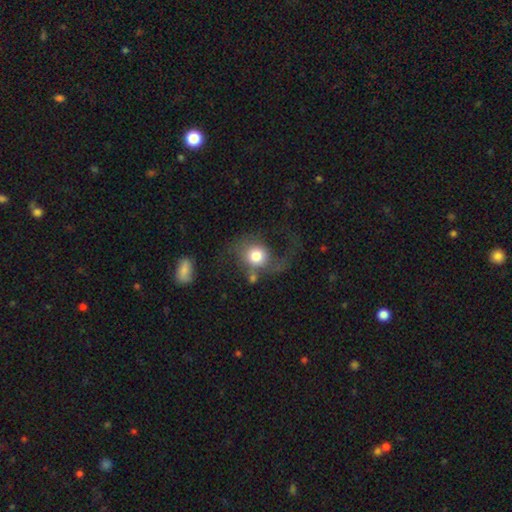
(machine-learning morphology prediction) A smooth galaxy with no disk features (66%) that is round (75%).

Vote fractions:
- Smooth or featured? smooth: 66% / featured or disk: 25% / star or artifact: 9%
- How rounded? round: 75% / in between: 24% / cigar-shaped: 1%
- Merging? major disturbance: 43% / none: 30% / minor disturbance: 16% / merger: 11%